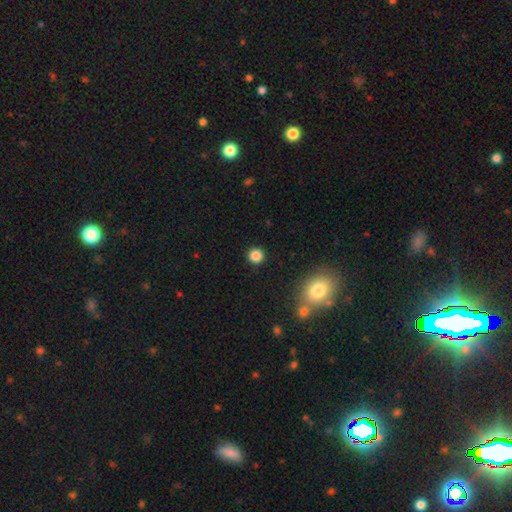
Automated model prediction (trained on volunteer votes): smooth_or_featured: smooth (p=0.84) [alt: star or artifact p=0.12]
how_rounded: round (p=0.94) [alt: in between p=0.05]
merging: none (p=0.92) [alt: minor disturbance p=0.05]